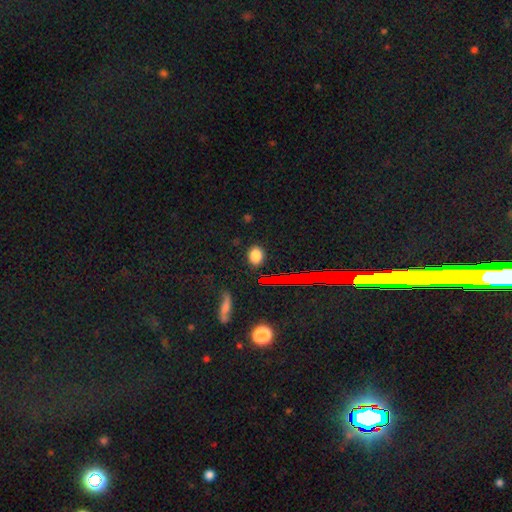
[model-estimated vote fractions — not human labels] A smooth galaxy with no disk features (80%) that is in between round and cigar-shaped (55%).

Vote fractions:
- Smooth or featured? smooth: 80% / star or artifact: 13% / featured or disk: 7%
- How rounded? in between: 55% / round: 42% / cigar-shaped: 3%
- Merging? none: 85% / minor disturbance: 10% / major disturbance: 3% / merger: 2%